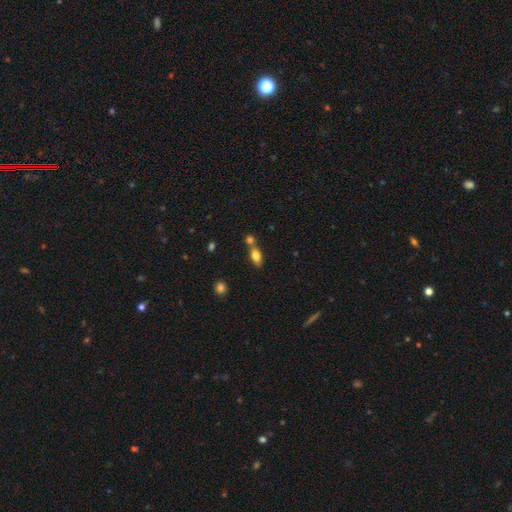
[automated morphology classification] Smooth or featured? Predicted: smooth (p=0.79). How rounded? Predicted: in between (p=0.85). Merging? Predicted: none (p=0.56).